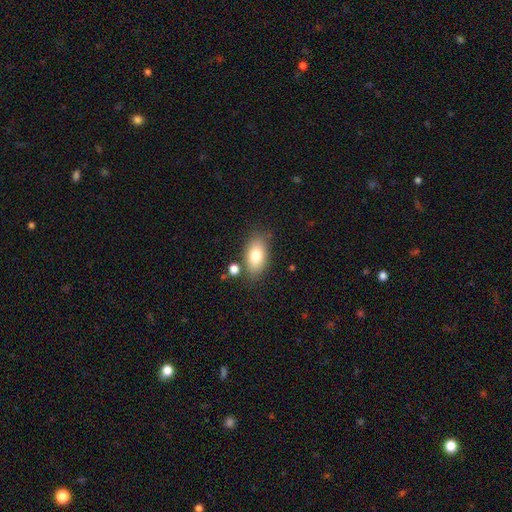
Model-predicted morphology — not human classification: smooth_or_featured: smooth (p=0.78) [alt: featured or disk p=0.14]
how_rounded: in between (p=0.89) [alt: round p=0.08]
merging: none (p=0.76) [alt: minor disturbance p=0.14]